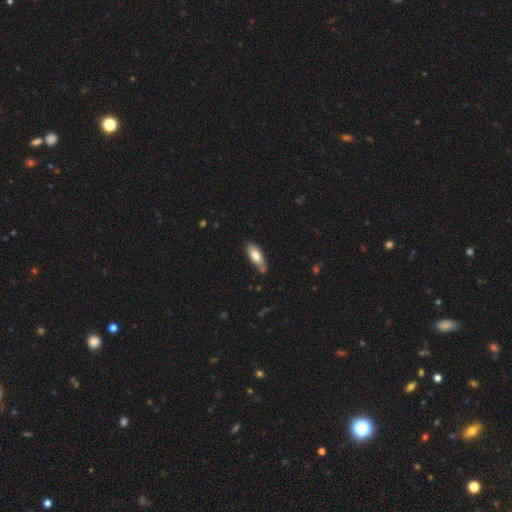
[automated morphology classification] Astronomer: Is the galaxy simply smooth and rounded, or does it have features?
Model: smooth — 73%.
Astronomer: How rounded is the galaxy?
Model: in between — 74%.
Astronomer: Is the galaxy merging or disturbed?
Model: none — 67%.